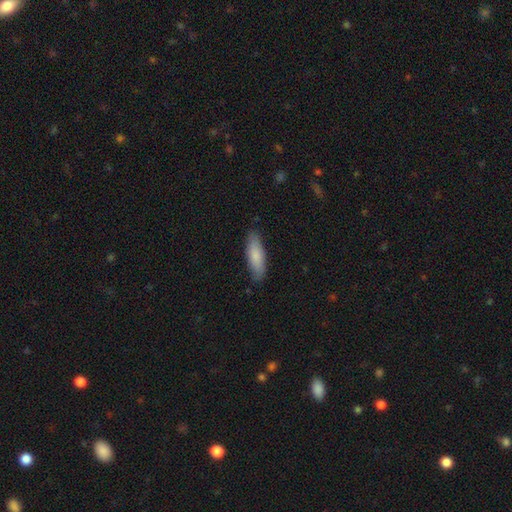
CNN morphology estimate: Overall: smooth (83%). How rounded: cigar-shaped (51%; in between 47%). Merging: none (85%).